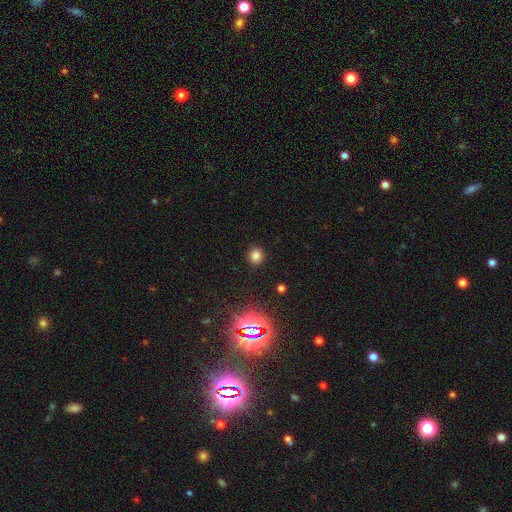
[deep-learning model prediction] Morphology: type=smooth (77%); roundness=round (89%); merging=none (91%).